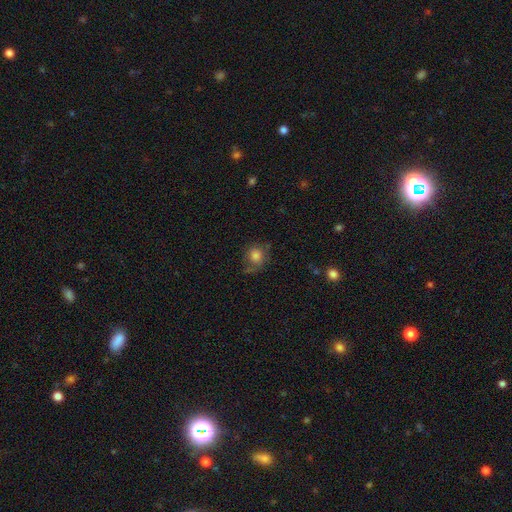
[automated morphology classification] A smooth galaxy with no disk features (74%) that is round (78%).

Vote fractions:
- Smooth or featured? smooth: 74% / featured or disk: 15% / star or artifact: 11%
- How rounded? round: 78% / in between: 21% / cigar-shaped: 1%
- Merging? none: 55% / minor disturbance: 26% / major disturbance: 16% / merger: 3%